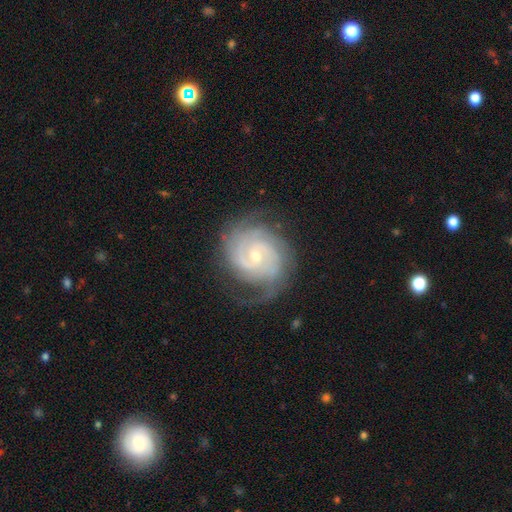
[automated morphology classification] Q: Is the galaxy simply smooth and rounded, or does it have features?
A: featured or disk — 89%.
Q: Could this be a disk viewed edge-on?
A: no — 98%.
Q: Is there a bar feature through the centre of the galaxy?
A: no — 60%.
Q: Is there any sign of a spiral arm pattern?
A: yes — 98%.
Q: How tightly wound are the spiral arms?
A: tight — 67%.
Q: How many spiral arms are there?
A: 2 — 40%.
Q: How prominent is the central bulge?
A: small — 63%.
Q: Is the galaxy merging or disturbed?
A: none — 71%.